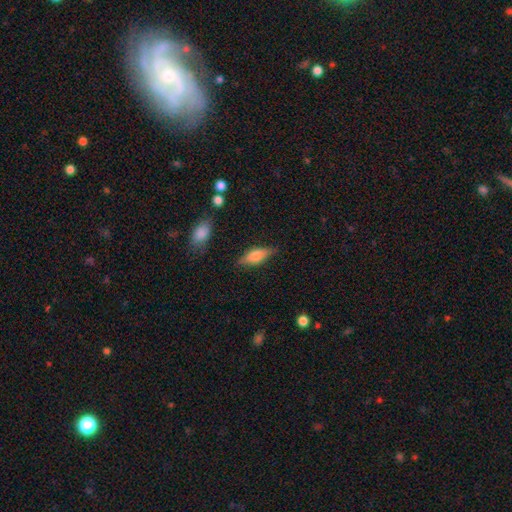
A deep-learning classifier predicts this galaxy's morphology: The model was most divided on "smooth or featured": smooth: 62%, featured or disk: 30%, star or artifact: 7%. More confident: merging — none (78%); how rounded — in between (67%).